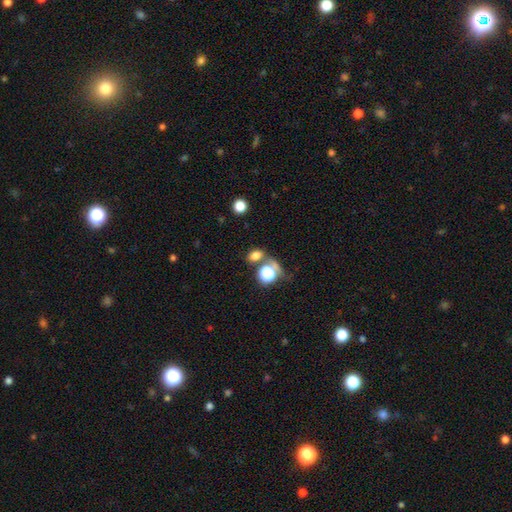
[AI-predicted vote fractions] Q: Smooth or featured?
A: smooth (74%); runner-up: star or artifact (18%)
Q: How rounded?
A: in between (69%); runner-up: round (29%)
Q: Merging?
A: none (60%); runner-up: merger (22%)